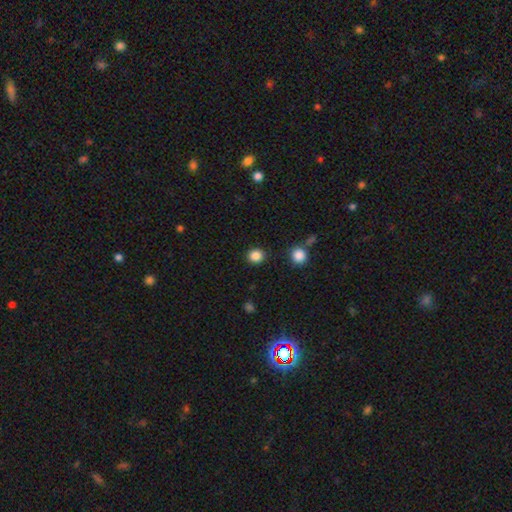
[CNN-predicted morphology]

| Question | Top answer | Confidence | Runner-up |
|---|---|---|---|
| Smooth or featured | smooth | 85% | star or artifact (11%) |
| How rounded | round | 85% | in between (14%) |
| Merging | none | 89% | minor disturbance (6%) |